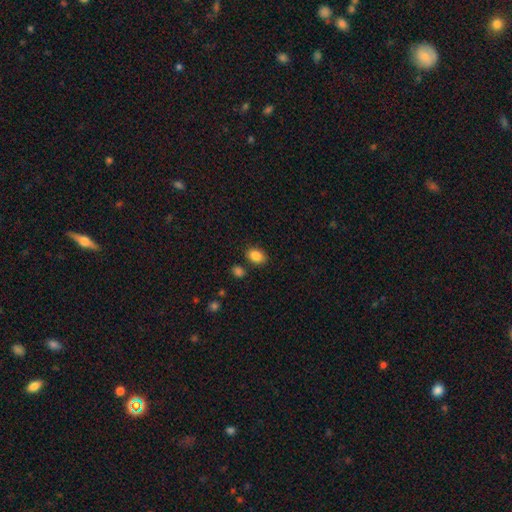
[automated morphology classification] smooth 86%, star or artifact 9%, featured or disk 5%. Down the decision tree: how rounded — in between (76%); merging — none (81%).